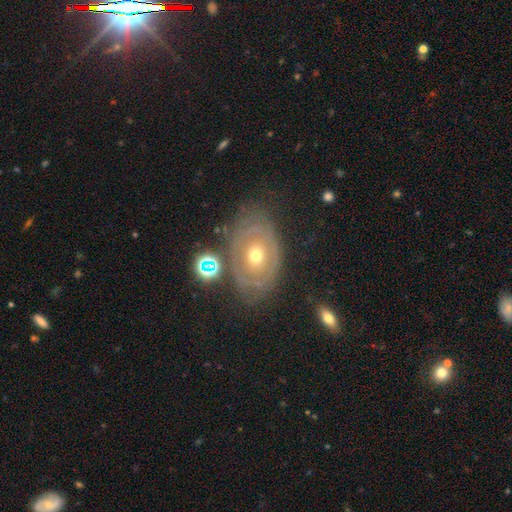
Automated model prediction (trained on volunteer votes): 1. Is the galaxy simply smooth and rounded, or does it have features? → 69% featured or disk, 22% smooth, 9% star or artifact.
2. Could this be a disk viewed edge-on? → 94% no, 6% yes.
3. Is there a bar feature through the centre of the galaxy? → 86% no, 10% weak, 3% strong.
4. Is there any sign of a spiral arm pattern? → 51% no, 49% yes.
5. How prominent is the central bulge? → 60% moderate, 34% small, 3% large, 1% dominant, 1% none.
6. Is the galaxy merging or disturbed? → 68% none, 19% minor disturbance, 10% major disturbance, 4% merger.